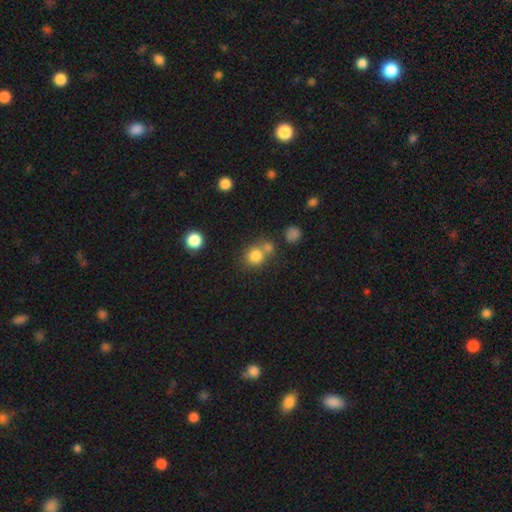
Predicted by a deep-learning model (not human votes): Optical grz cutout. It shows a smooth galaxy with no disk features (81%) that is round (83%). Merging: none (55%).